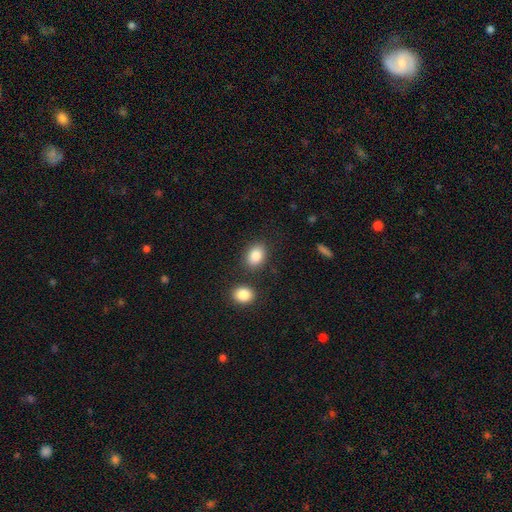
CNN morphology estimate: Smooth or featured? Predicted: smooth (p=0.86). How rounded? Predicted: in between (p=0.75). Merging? Predicted: none (p=0.77).